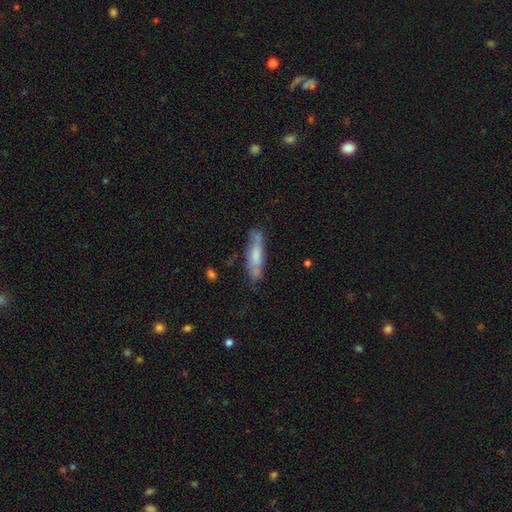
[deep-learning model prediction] smooth_or_featured: smooth (p=0.49) [alt: featured or disk p=0.43]
merging: none (p=0.61) [alt: minor disturbance p=0.25]